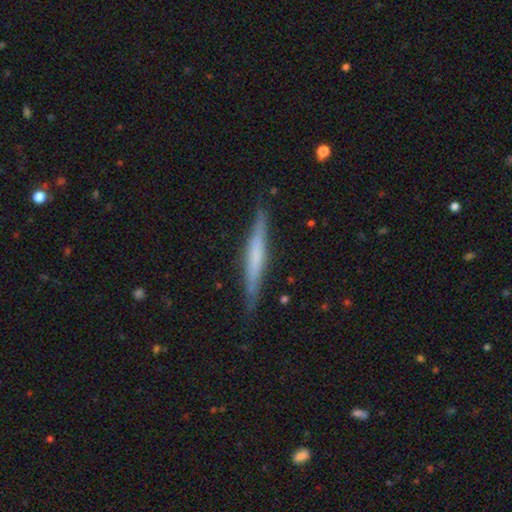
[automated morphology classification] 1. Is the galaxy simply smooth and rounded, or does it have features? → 52% featured or disk, 42% smooth, 6% star or artifact.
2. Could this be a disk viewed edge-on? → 97% yes, 3% no.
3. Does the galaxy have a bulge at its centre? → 59% none, 21% rounded, 20% boxy.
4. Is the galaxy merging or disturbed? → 86% none, 10% minor disturbance, 2% major disturbance, 1% merger.